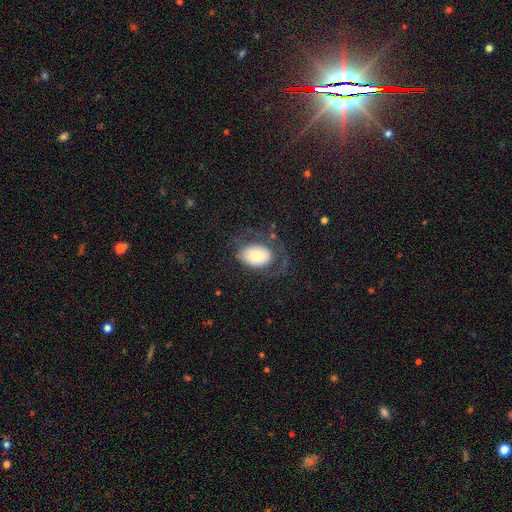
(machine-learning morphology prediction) smooth 59%, featured or disk 33%, star or artifact 8%. Down the decision tree: how rounded — in between (84%); merging — none (44%).